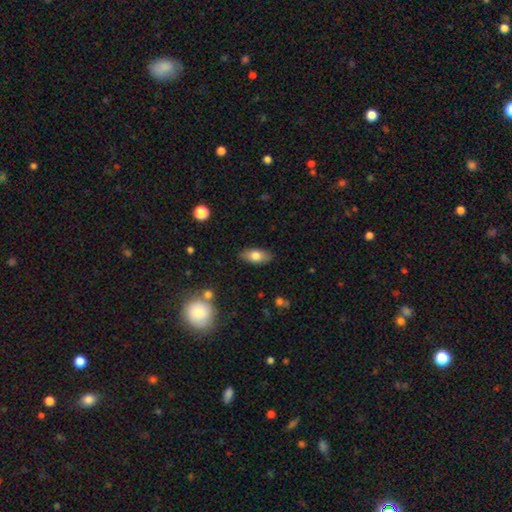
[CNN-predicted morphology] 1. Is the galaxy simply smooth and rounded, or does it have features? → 76% smooth, 17% featured or disk, 7% star or artifact.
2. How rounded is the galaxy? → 88% in between, 8% cigar-shaped, 4% round.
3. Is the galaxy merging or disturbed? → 86% none, 10% minor disturbance, 2% major disturbance, 1% merger.